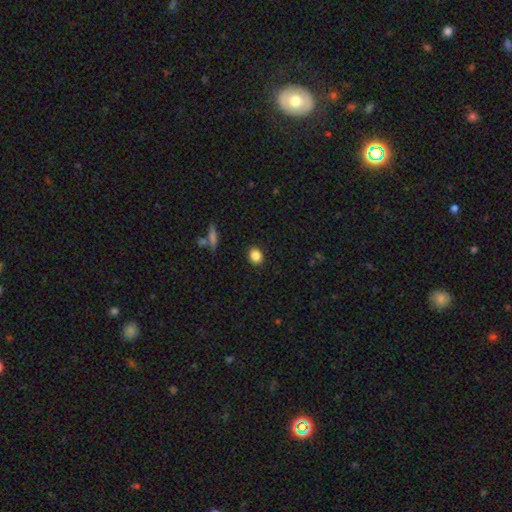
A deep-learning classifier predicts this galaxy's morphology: smooth_or_featured: smooth (p=0.86) [alt: star or artifact p=0.09]
how_rounded: round (p=0.58) [alt: in between p=0.40]
merging: none (p=0.89) [alt: minor disturbance p=0.07]